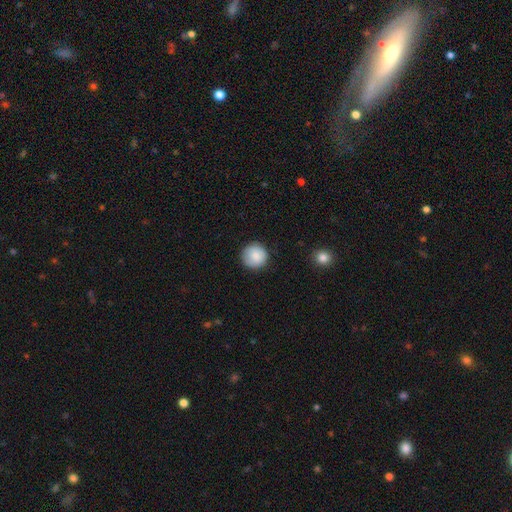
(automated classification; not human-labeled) Morphology: type=smooth (85%); roundness=round (95%); merging=none (88%).